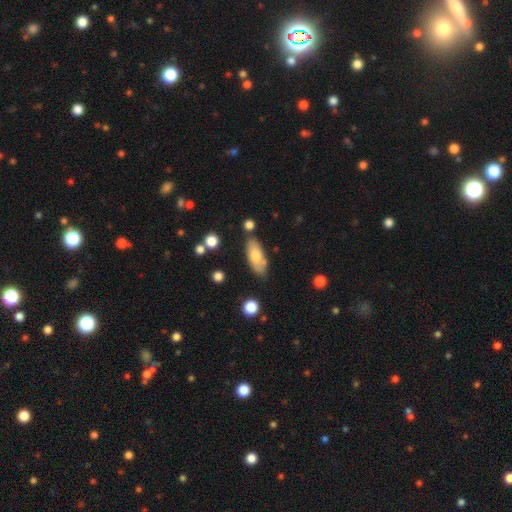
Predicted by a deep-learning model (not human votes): A smooth galaxy with no disk features (71%) that is in between round and cigar-shaped (79%).

Vote fractions:
- Smooth or featured? smooth: 71% / featured or disk: 22% / star or artifact: 6%
- How rounded? in between: 79% / cigar-shaped: 18% / round: 3%
- Merging? none: 73% / minor disturbance: 16% / merger: 8% / major disturbance: 4%